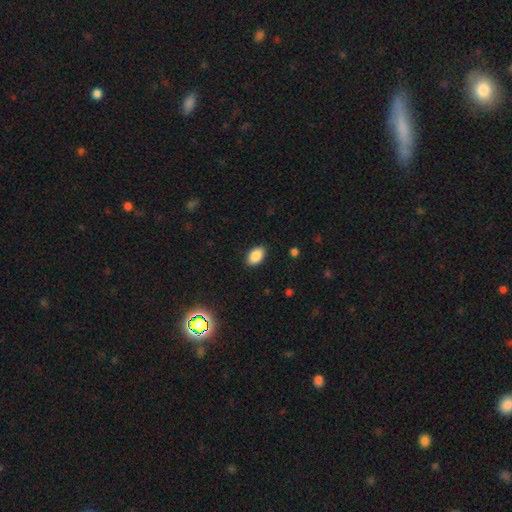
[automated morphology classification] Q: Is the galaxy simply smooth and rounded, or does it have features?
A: smooth — 87%.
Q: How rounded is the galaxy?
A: in between — 91%.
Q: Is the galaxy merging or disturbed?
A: none — 88%.